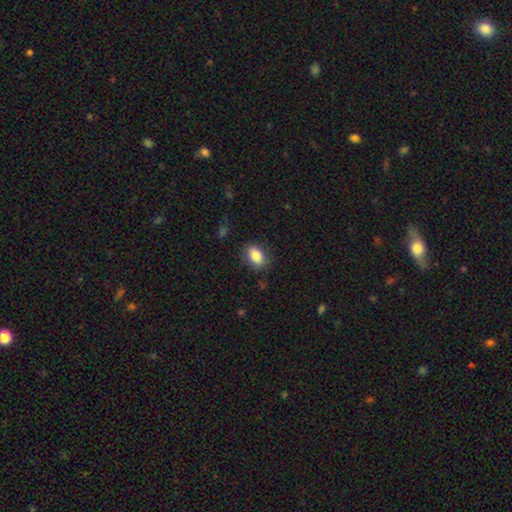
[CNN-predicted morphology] This is clearly a smooth galaxy (85%). How rounded: clearly in between (82%). Merging: clearly none (81%).